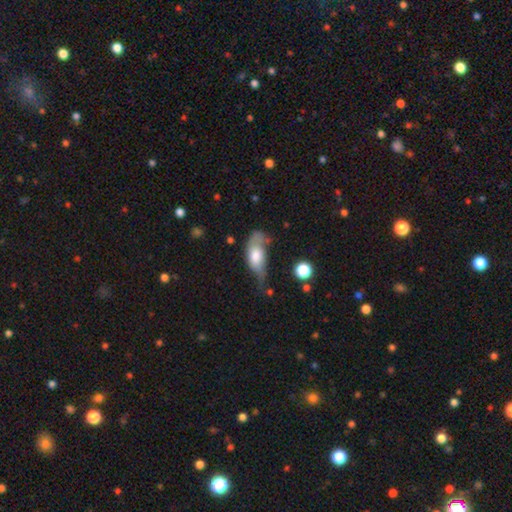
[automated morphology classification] type=smooth (63%); roundness=in between (84%); merging=minor disturbance (37%).